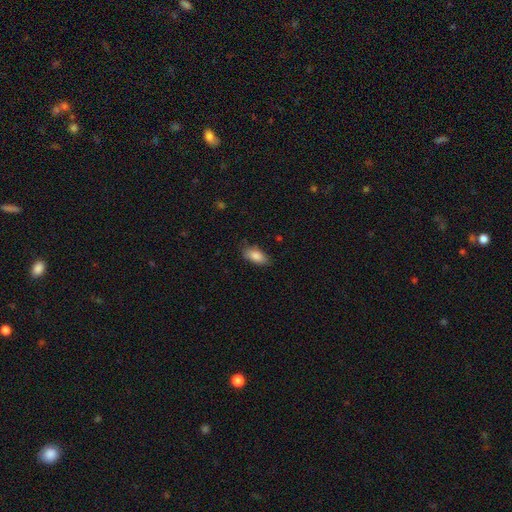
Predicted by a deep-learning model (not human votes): The model was most divided on "merging": none: 79%, minor disturbance: 16%, major disturbance: 3%, merger: 1%. More confident: how rounded — in between (90%); smooth or featured — smooth (86%).